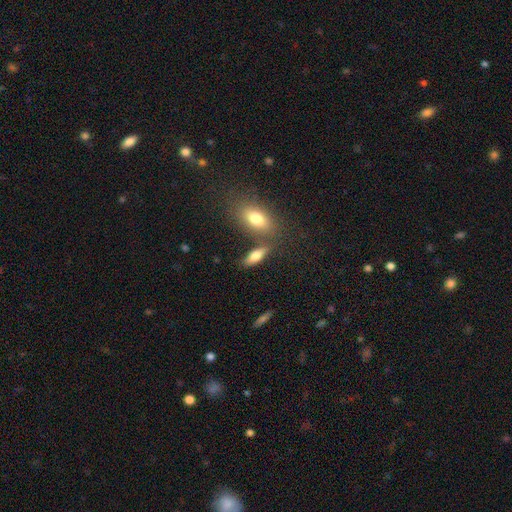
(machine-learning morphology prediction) This is likely a smooth galaxy (74%). How rounded: likely in between (67%). Merging: likely none (65%).